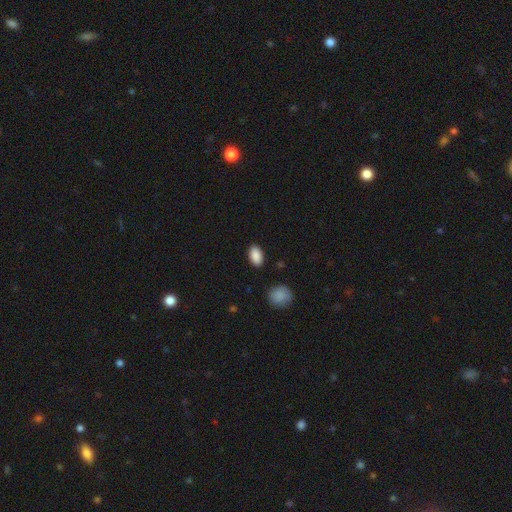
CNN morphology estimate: type=smooth (89%); roundness=in between (92%); merging=none (88%).